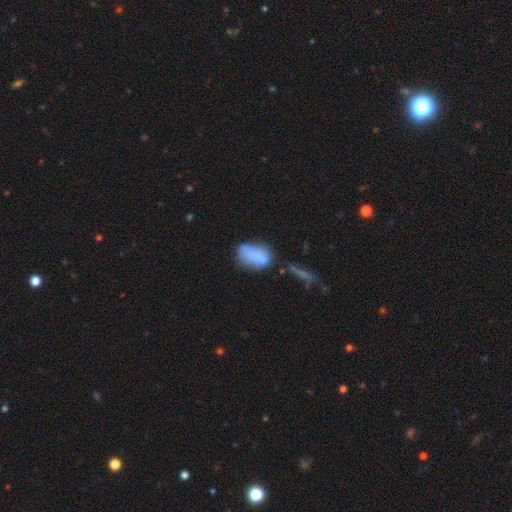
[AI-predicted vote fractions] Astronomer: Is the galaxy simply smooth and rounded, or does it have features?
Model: smooth — 73%.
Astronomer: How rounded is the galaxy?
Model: in between — 88%.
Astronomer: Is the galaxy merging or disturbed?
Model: none — 42% (runner-up: minor disturbance, 27%).